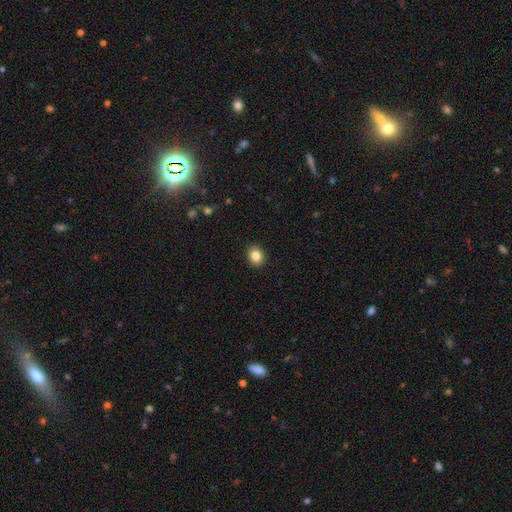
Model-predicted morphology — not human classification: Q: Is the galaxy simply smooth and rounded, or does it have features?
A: smooth — 84%.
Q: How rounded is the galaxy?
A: round — 52%.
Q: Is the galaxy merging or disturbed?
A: none — 91%.